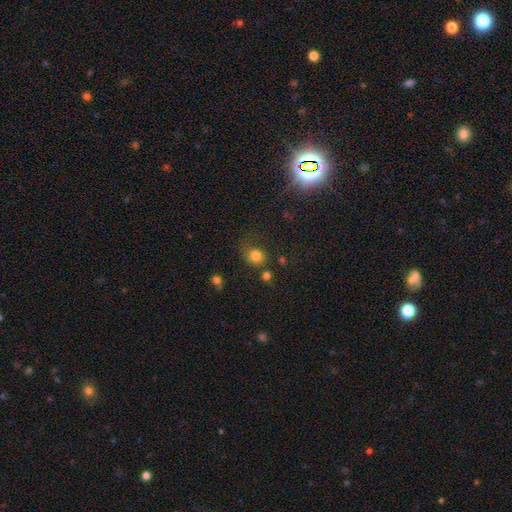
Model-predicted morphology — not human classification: A smooth galaxy with no disk features (79%) that is round (73%).

Vote fractions:
- Smooth or featured? smooth: 79% / star or artifact: 14% / featured or disk: 8%
- How rounded? round: 73% / in between: 26% / cigar-shaped: 1%
- Merging? none: 60% / minor disturbance: 21% / major disturbance: 11% / merger: 8%